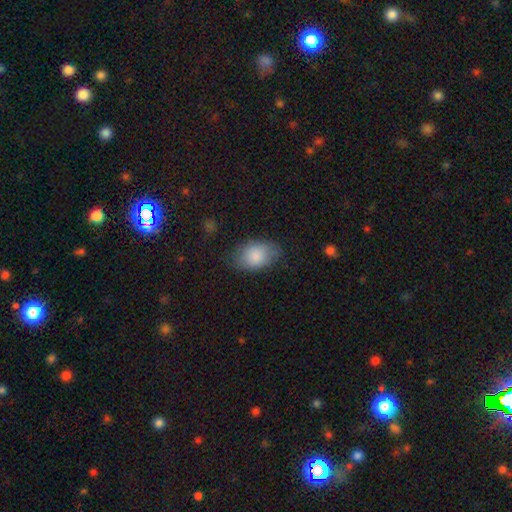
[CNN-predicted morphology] A smooth galaxy with no disk features (85%) that is in between round and cigar-shaped (89%).

Vote fractions:
- Smooth or featured? smooth: 85% / featured or disk: 9% / star or artifact: 6%
- How rounded? in between: 89% / round: 10% / cigar-shaped: 1%
- Merging? none: 72% / minor disturbance: 21% / major disturbance: 6% / merger: 1%